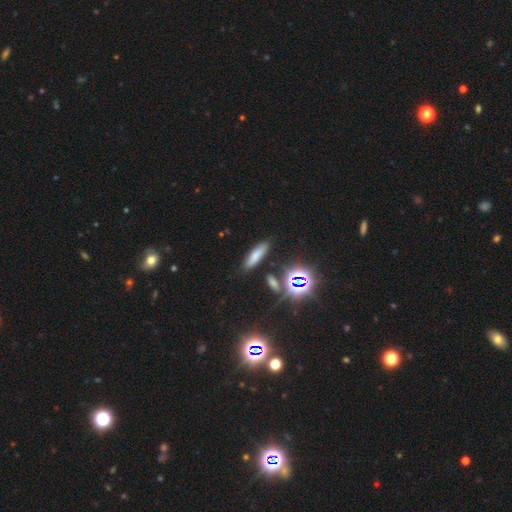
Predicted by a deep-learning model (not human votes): A smooth galaxy with no disk features (67%) that is cigar-shaped (61%). Merging: none (84%).